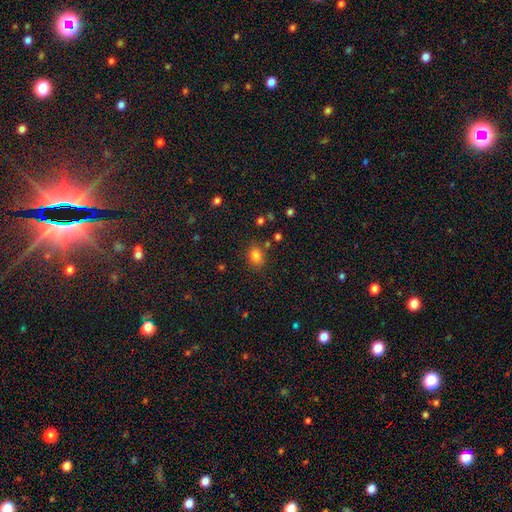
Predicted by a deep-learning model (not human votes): smooth 82%, star or artifact 12%, featured or disk 6%. Down the decision tree: how rounded — in between (63%); merging — none (78%).